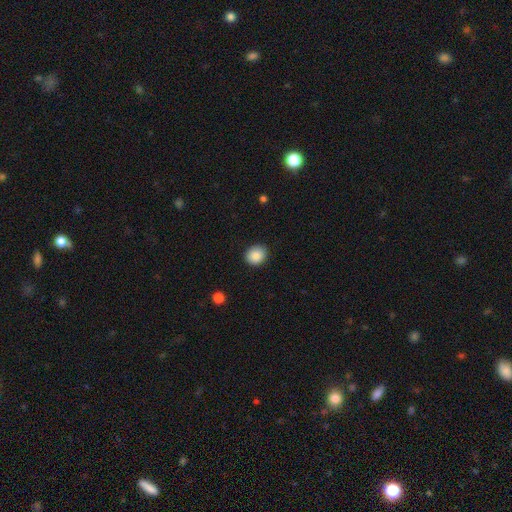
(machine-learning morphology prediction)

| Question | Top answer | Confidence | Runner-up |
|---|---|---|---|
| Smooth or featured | smooth | 88% | star or artifact (8%) |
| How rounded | round | 71% | in between (28%) |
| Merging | none | 90% | minor disturbance (7%) |